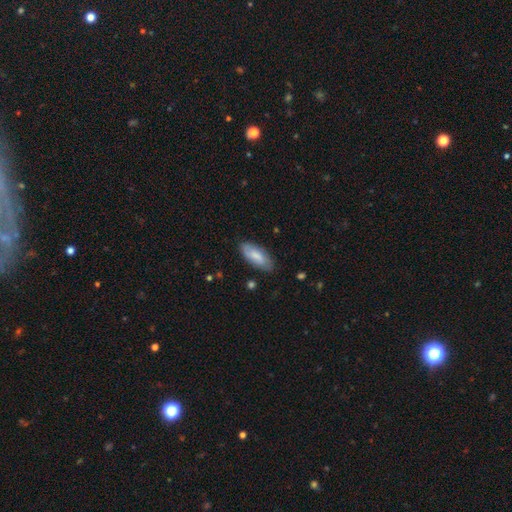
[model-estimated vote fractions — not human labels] smooth 77%, featured or disk 17%, star or artifact 6%. Down the decision tree: how rounded — in between (82%); merging — none (79%).